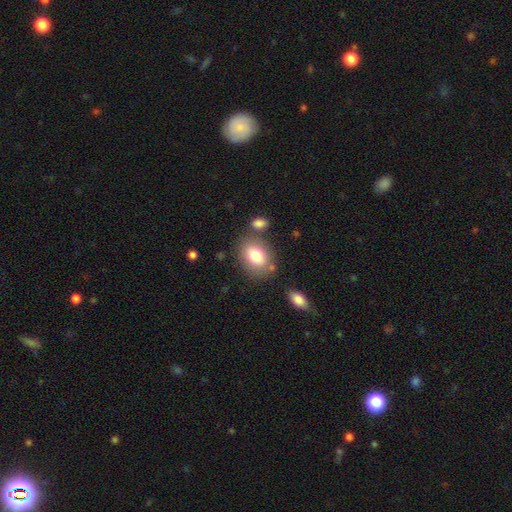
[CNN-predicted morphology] Smooth or featured?
  - smooth: 79% *
  - featured or disk: 13%
  - star or artifact: 8%
How rounded?
  - in between: 71% *
  - round: 27%
  - cigar-shaped: 1%
Merging?
  - none: 70% *
  - minor disturbance: 14%
  - merger: 11%
  - major disturbance: 4%